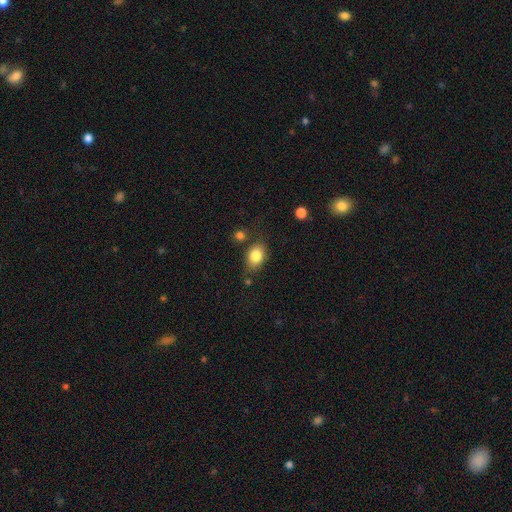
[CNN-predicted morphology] The model was most divided on "how rounded": in between: 75%, round: 24%, cigar-shaped: 1%. More confident: smooth or featured — smooth (83%); merging — none (71%).